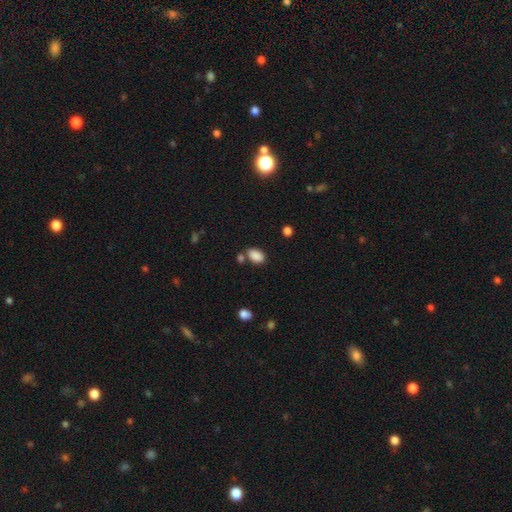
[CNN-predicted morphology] type=smooth (88%); roundness=in between (90%); merging=none (69%).